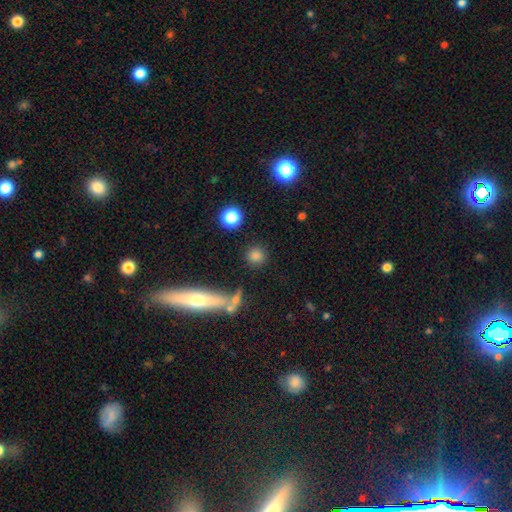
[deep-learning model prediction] Smooth or featured? Predicted: smooth (p=0.79). How rounded? Predicted: round (p=0.90). Merging? Predicted: none (p=0.84).